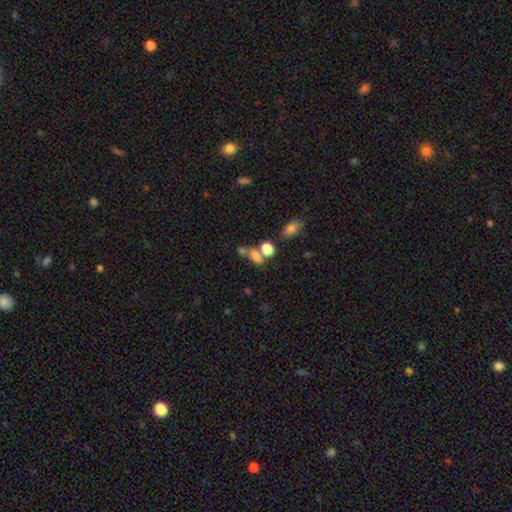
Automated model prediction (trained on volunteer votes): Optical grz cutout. It shows a smooth galaxy with no disk features (72%) that is in between round and cigar-shaped (64%). Merging: none (41%).